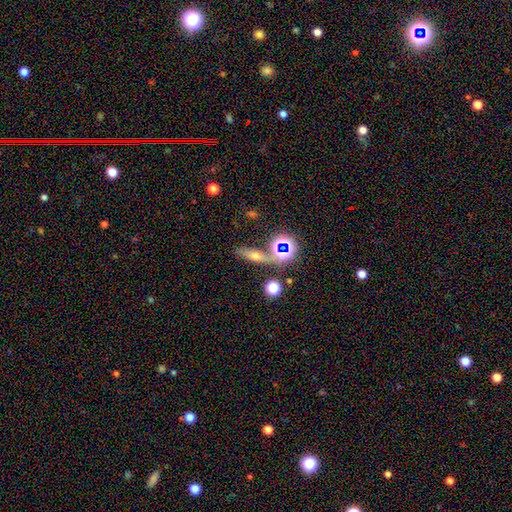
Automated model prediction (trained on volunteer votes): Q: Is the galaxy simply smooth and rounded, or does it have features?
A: smooth — 37%.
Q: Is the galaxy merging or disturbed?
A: none — 69%.